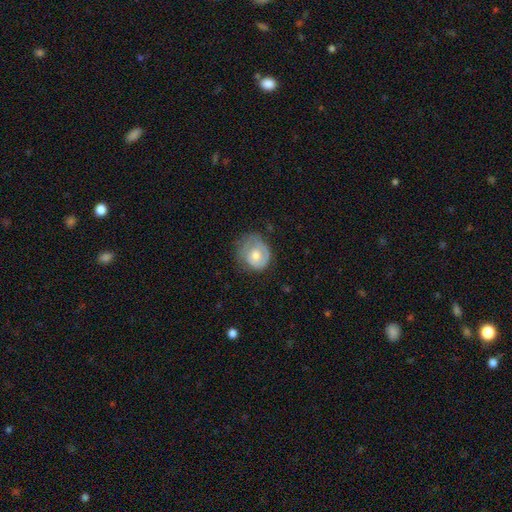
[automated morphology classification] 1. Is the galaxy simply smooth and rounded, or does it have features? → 47% featured or disk, 46% smooth, 6% star or artifact.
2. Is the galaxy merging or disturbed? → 50% none, 30% minor disturbance, 18% major disturbance, 2% merger.